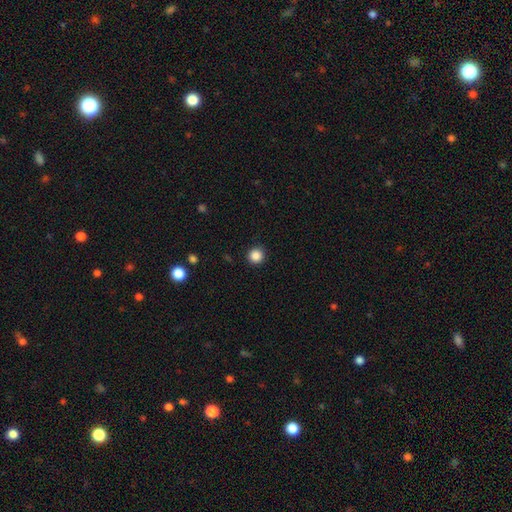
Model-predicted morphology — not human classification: This appears to be a smooth galaxy with no disk features (87%) that is round (95%). Merging: none (92%).